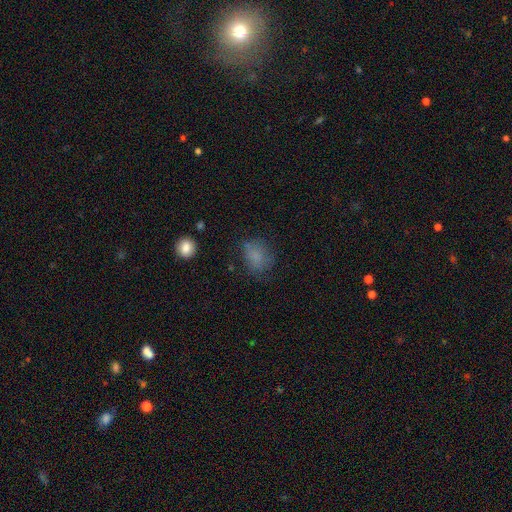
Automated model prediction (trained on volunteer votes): Smooth or featured: smooth — 74% (star or artifact — 14%)
How rounded: round — 52% (in between — 47%)
Merging: none — 61% (minor disturbance — 24%)